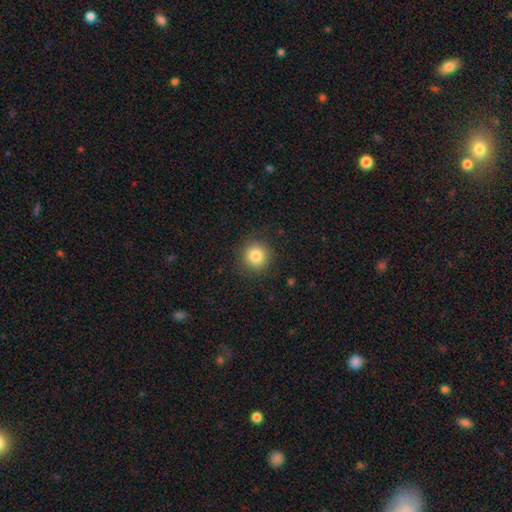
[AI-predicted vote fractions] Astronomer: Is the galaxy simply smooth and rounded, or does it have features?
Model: smooth — 83%.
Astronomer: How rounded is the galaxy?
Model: round — 94%.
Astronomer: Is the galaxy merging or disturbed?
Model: none — 89%.